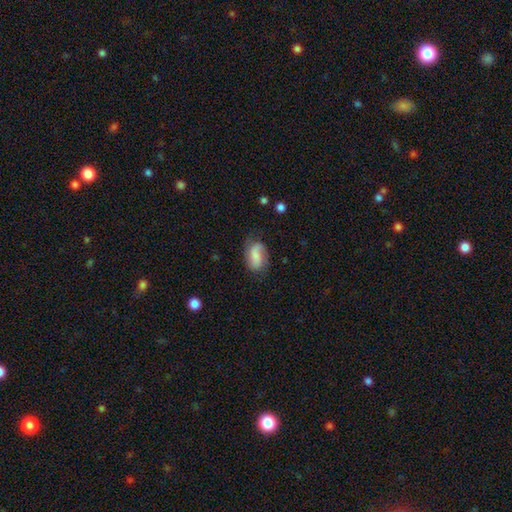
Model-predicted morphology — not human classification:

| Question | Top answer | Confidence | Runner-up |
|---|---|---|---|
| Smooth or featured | smooth | 63% | featured or disk (29%) |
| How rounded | in between | 88% | round (10%) |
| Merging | none | 62% | minor disturbance (26%) |